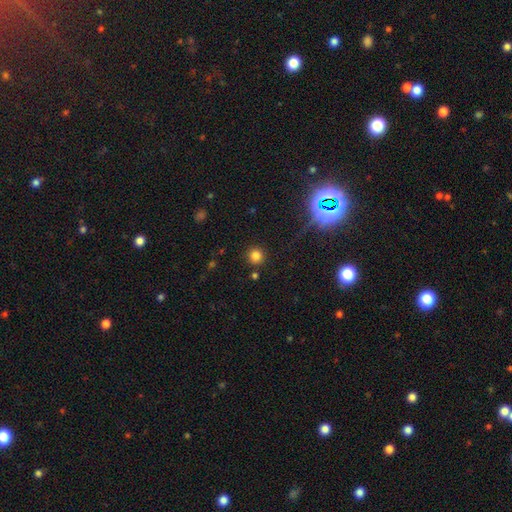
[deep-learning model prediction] This is likely a smooth galaxy (79%). How rounded: clearly round (94%). Merging: clearly none (87%).